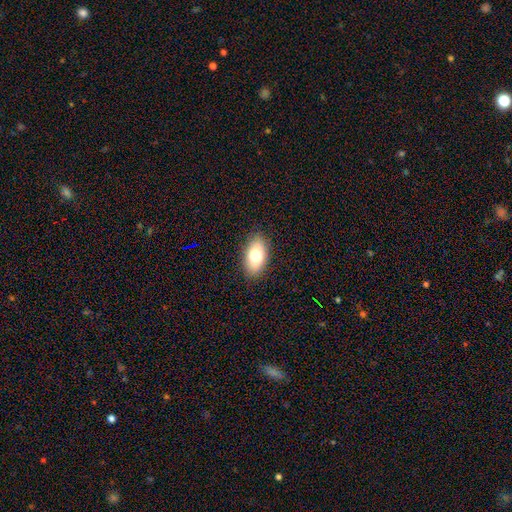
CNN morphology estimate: A smooth galaxy with no disk features (75%) that is in between round and cigar-shaped (91%). Merging: none (88%).